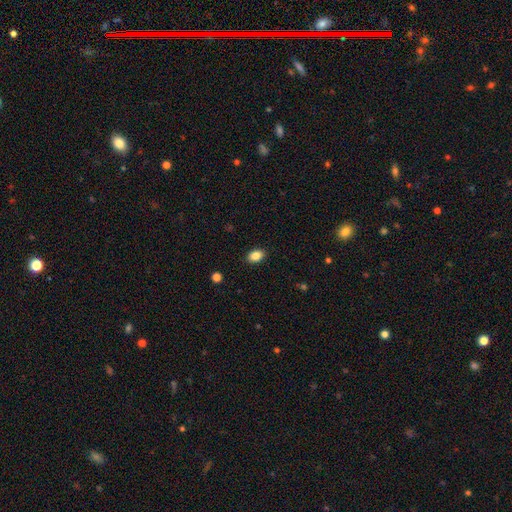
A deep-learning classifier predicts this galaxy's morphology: Q: Smooth or featured?
A: smooth (86%); runner-up: star or artifact (9%)
Q: How rounded?
A: in between (83%); runner-up: round (16%)
Q: Merging?
A: none (89%); runner-up: minor disturbance (8%)